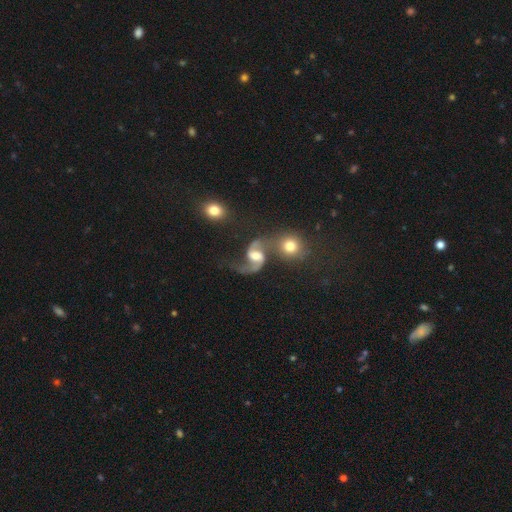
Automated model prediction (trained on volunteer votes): This appears to be a featured or disk galaxy (86%) with a weak bar (49%), 2 (92%) loose (64%) spiral arms (96%) and a moderate central bulge (54%). Merging: none (45%).